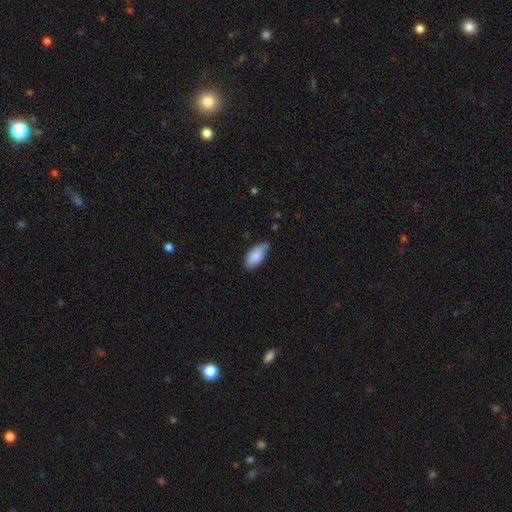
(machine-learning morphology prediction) Overall: smooth (84%). How rounded: in between (92%). Merging: none (65%; minor disturbance 29%).